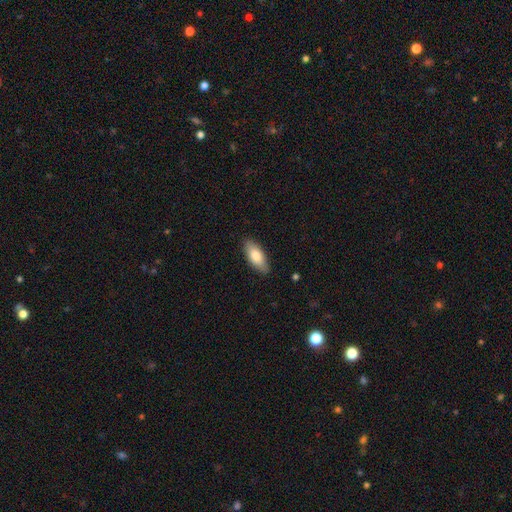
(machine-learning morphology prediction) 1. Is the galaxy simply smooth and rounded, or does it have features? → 78% smooth, 16% featured or disk, 6% star or artifact.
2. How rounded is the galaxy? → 82% in between, 15% cigar-shaped, 2% round.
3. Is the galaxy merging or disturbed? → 86% none, 11% minor disturbance, 2% major disturbance, 1% merger.